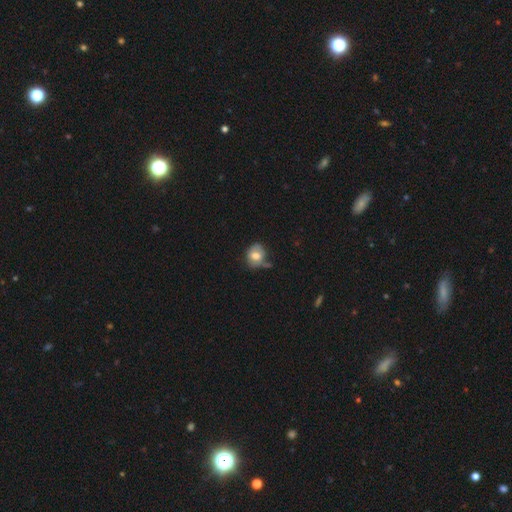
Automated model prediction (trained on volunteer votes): Overall: smooth (69%). How rounded: round (62%; in between 37%). Merging: none (46%; minor disturbance 28%).